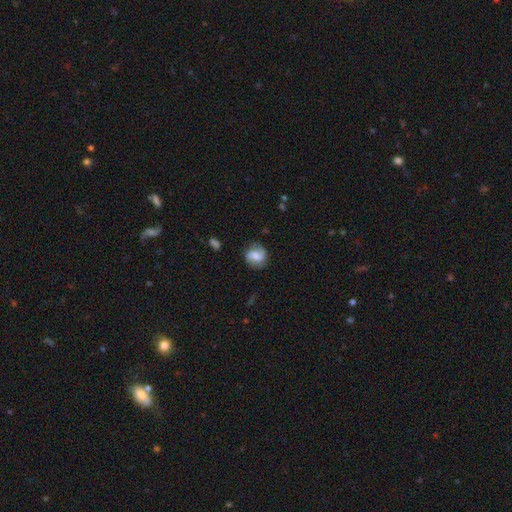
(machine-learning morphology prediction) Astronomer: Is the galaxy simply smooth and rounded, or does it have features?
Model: smooth — 55% (runner-up: featured or disk, 37%).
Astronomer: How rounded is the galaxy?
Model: round — 73%.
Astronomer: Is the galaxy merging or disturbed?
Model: none — 73%.